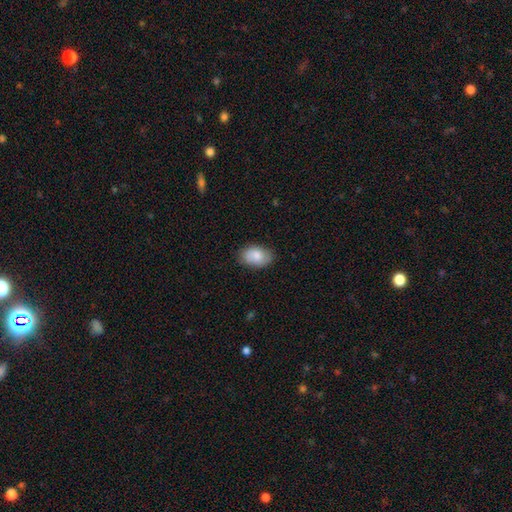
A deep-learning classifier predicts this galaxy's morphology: smooth-or-featured: smooth: 82% | featured or disk: 12% | star or artifact: 6%
  how-rounded: in between: 88% | round: 11% | cigar-shaped: 1%
  merging: none: 82% | minor disturbance: 14% | major disturbance: 3% | merger: 1%